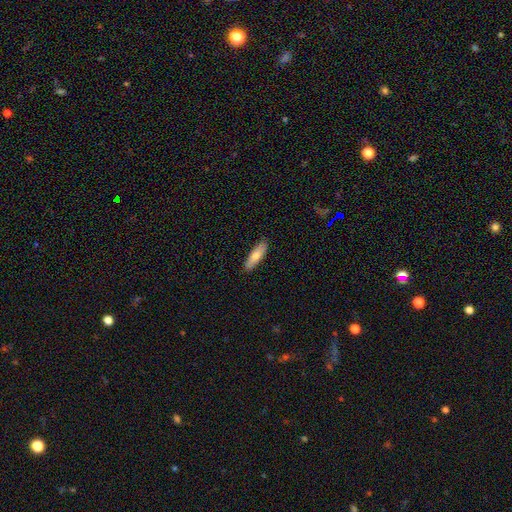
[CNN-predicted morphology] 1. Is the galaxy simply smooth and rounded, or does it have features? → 73% smooth, 21% featured or disk, 6% star or artifact.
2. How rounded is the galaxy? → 58% cigar-shaped, 41% in between, 2% round.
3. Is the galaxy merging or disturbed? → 89% none, 8% minor disturbance, 2% major disturbance, 1% merger.